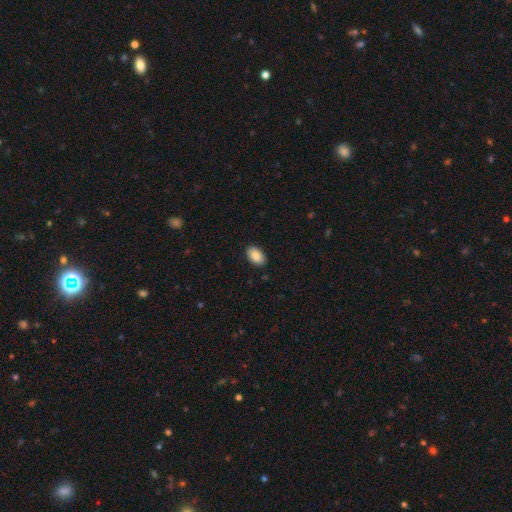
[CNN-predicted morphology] Smooth or featured: smooth — 87% (star or artifact — 7%)
How rounded: in between — 93% (round — 6%)
Merging: none — 89% (minor disturbance — 8%)